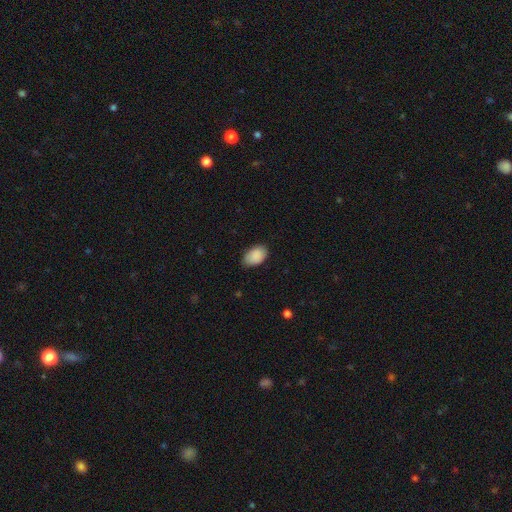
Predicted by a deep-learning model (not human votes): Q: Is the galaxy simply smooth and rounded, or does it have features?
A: smooth — 90%.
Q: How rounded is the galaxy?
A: in between — 90%.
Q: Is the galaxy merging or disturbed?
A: none — 73%.